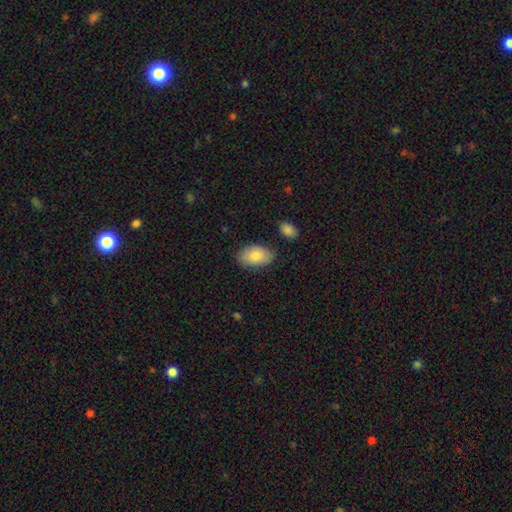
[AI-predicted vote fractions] The model was most divided on "merging": none: 80%, minor disturbance: 14%, major disturbance: 3%, merger: 3%. More confident: how rounded — in between (94%); smooth or featured — smooth (82%).